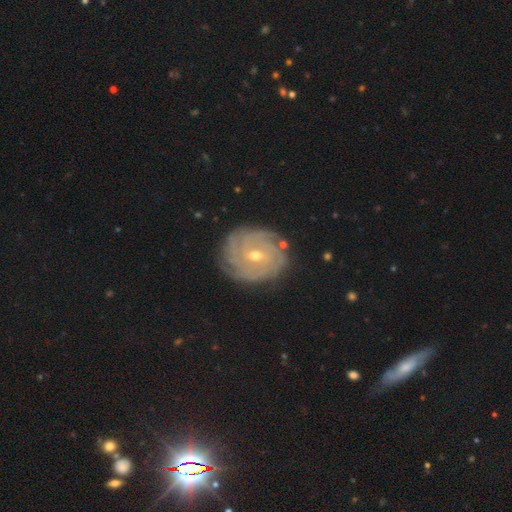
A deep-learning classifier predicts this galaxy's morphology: This appears to be a featured or disk galaxy (84%) with a weak bar (54%), tight (82%) spiral arms (96%) and a moderate central bulge (52%). Merging: none (81%).